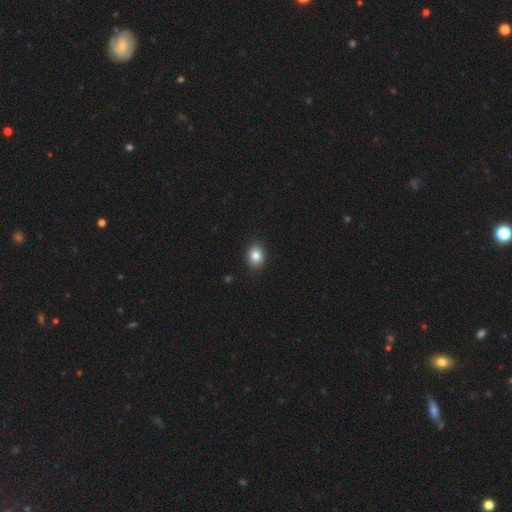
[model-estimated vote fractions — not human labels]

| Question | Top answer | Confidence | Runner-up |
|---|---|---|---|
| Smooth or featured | smooth | 84% | star or artifact (9%) |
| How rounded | in between | 68% | round (30%) |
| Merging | none | 89% | minor disturbance (8%) |